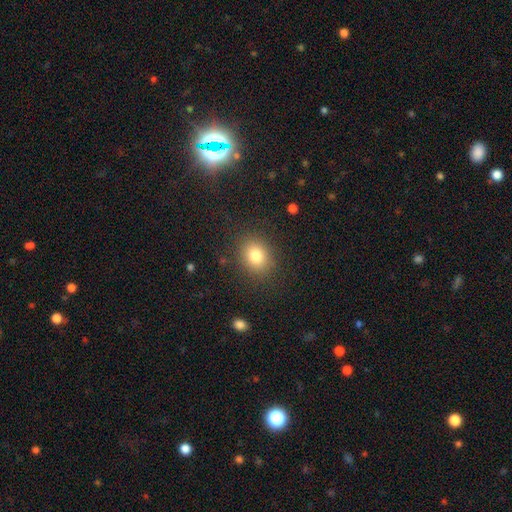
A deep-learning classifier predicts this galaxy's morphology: Smooth or featured? Predicted: smooth (p=0.80). How rounded? Predicted: round (p=0.57). Merging? Predicted: none (p=0.86).